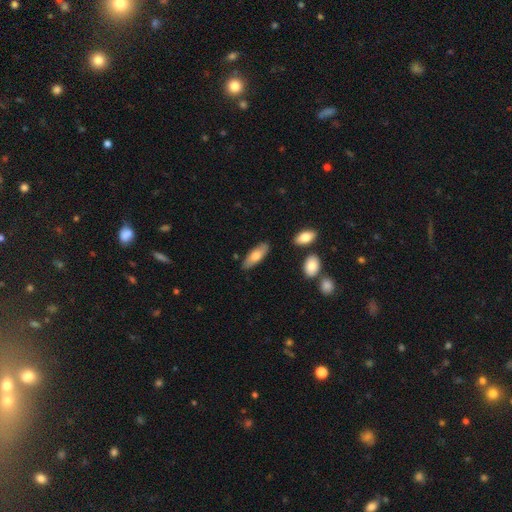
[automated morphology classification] Q: Smooth or featured?
A: smooth (70%); runner-up: featured or disk (25%)
Q: How rounded?
A: in between (73%); runner-up: cigar-shaped (24%)
Q: Merging?
A: none (83%); runner-up: minor disturbance (12%)